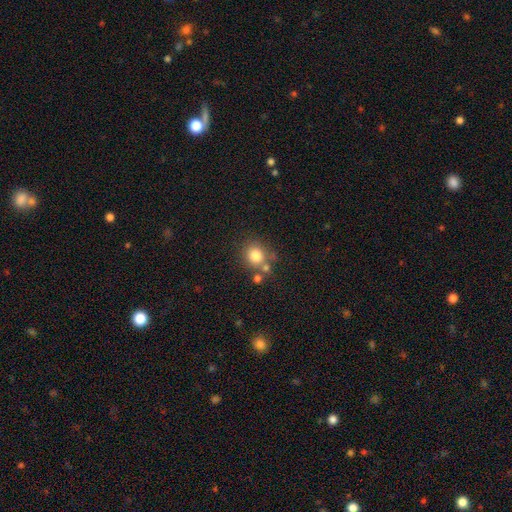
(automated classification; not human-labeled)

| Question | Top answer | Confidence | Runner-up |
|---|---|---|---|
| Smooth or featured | smooth | 79% | star or artifact (12%) |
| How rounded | round | 83% | in between (16%) |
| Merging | none | 67% | merger (17%) |